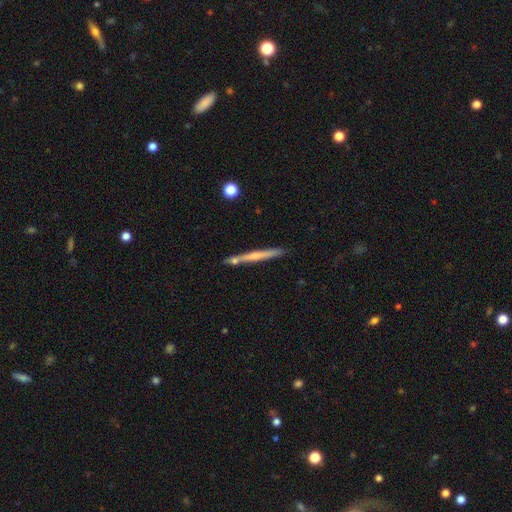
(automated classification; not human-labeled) Smooth or featured?
  - featured or disk: 52% *
  - smooth: 42%
  - star or artifact: 6%
Edge-on disk?
  - yes: 96% *
  - no: 4%
Edge-on bulge?
  - none: 51% *
  - rounded: 41%
  - boxy: 8%
Merging?
  - none: 76% *
  - minor disturbance: 11%
  - merger: 10%
  - major disturbance: 2%